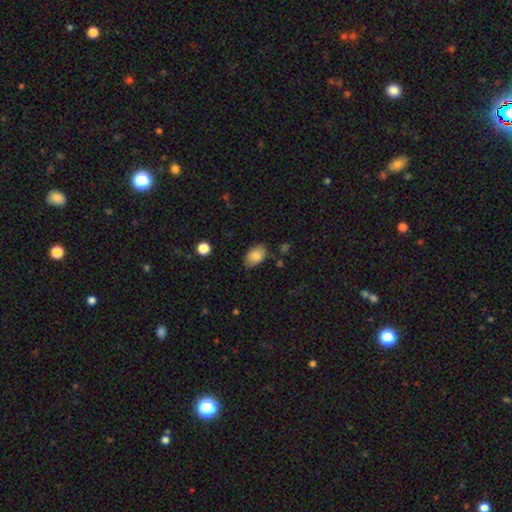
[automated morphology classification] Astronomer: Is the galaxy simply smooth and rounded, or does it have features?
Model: smooth — 83%.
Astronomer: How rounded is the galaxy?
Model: in between — 90%.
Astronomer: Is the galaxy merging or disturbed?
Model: none — 79%.